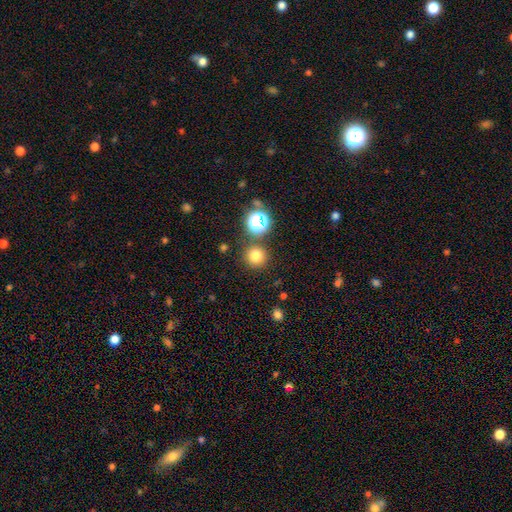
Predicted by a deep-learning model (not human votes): A smooth galaxy with no disk features (74%) that is round (94%).

Vote fractions:
- Smooth or featured? smooth: 74% / star or artifact: 19% / featured or disk: 6%
- How rounded? round: 94% / in between: 5% / cigar-shaped: 1%
- Merging? none: 83% / merger: 7% / minor disturbance: 7% / major disturbance: 3%